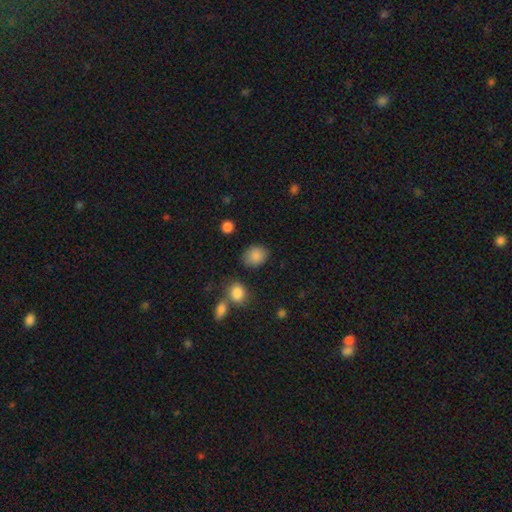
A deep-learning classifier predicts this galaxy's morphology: Smooth or featured?
  - smooth: 86% *
  - star or artifact: 9%
  - featured or disk: 5%
How rounded?
  - in between: 50% *
  - round: 49%
  - cigar-shaped: 1%
Merging?
  - none: 76% *
  - minor disturbance: 15%
  - merger: 5%
  - major disturbance: 4%